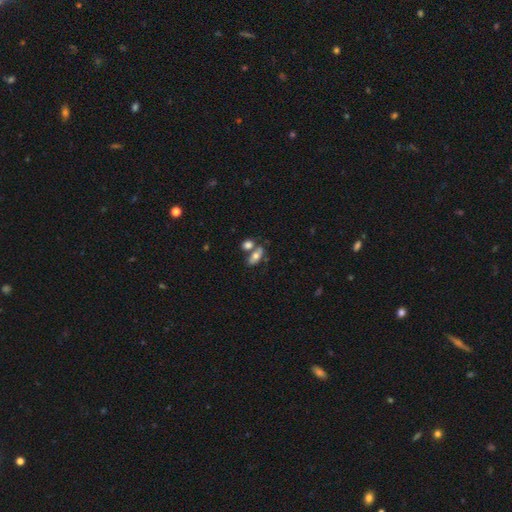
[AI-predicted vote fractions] Smooth or featured?
  - smooth: 65% *
  - featured or disk: 26%
  - star or artifact: 9%
How rounded?
  - in between: 81% *
  - cigar-shaped: 12%
  - round: 7%
Merging?
  - none: 50% *
  - merger: 33%
  - minor disturbance: 12%
  - major disturbance: 5%